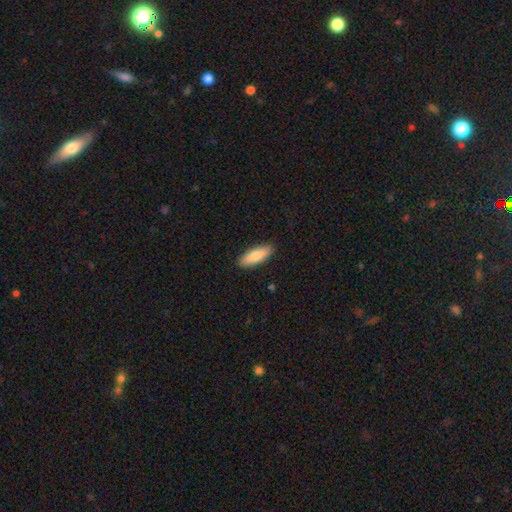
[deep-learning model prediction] Smooth or featured: smooth — 83% (featured or disk — 12%)
How rounded: in between — 62% (cigar-shaped — 37%)
Merging: none — 89% (minor disturbance — 8%)